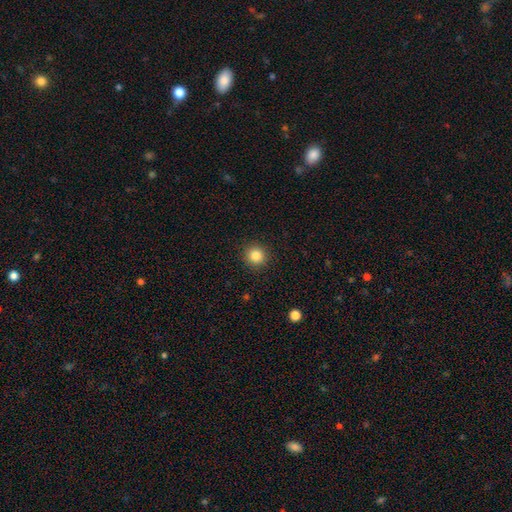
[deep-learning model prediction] smooth 84%, star or artifact 11%, featured or disk 5%. Down the decision tree: how rounded — round (94%); merging — none (92%).